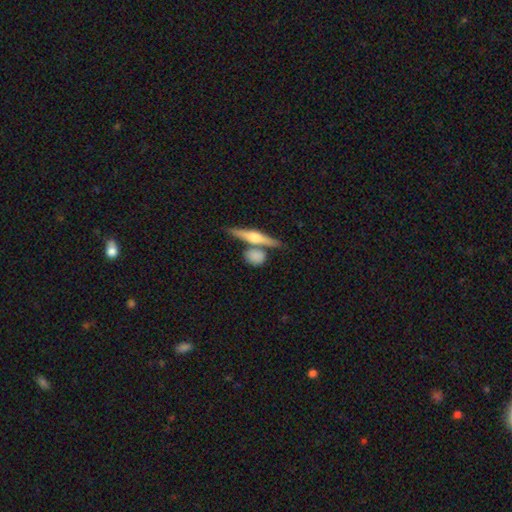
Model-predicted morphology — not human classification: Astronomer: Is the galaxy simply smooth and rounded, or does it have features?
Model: smooth — 61%.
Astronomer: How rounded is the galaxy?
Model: round — 43% (runner-up: in between, 31%).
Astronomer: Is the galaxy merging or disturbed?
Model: none — 63%.